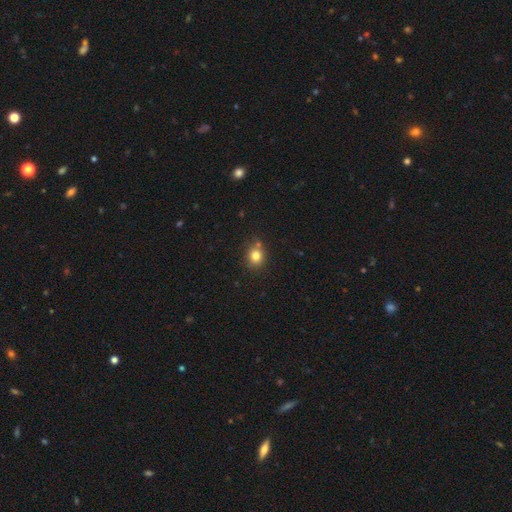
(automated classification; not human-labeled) smooth 81%, star or artifact 12%, featured or disk 7%. Down the decision tree: how rounded — round (77%); merging — none (75%).